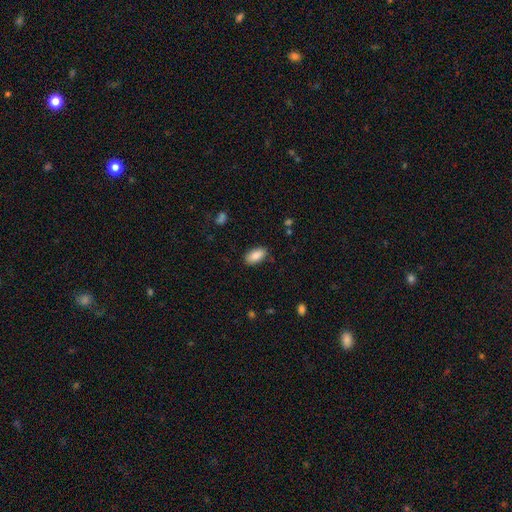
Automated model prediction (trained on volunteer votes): Smooth or featured? Predicted: smooth (p=0.86). How rounded? Predicted: in between (p=0.93). Merging? Predicted: none (p=0.86).